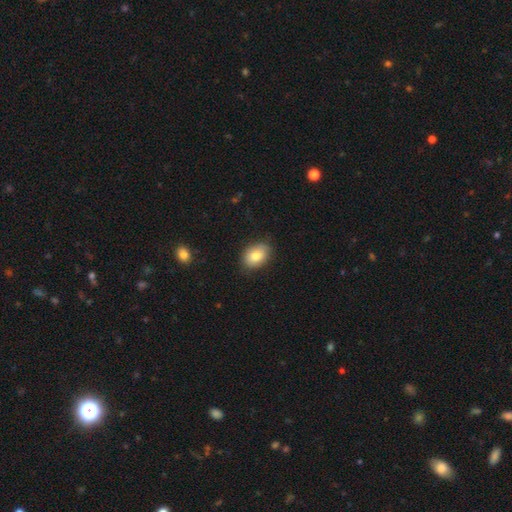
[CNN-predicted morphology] Q: Smooth or featured?
A: smooth (83%); runner-up: featured or disk (10%)
Q: How rounded?
A: in between (81%); runner-up: round (18%)
Q: Merging?
A: none (82%); runner-up: minor disturbance (15%)